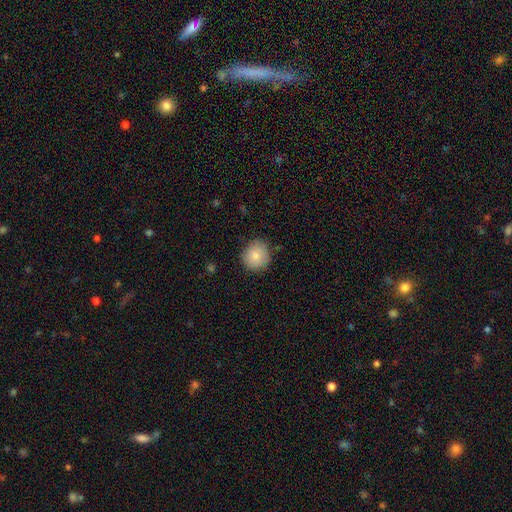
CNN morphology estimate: This is clearly a smooth galaxy (83%). How rounded: clearly round (88%). Merging: clearly none (84%).